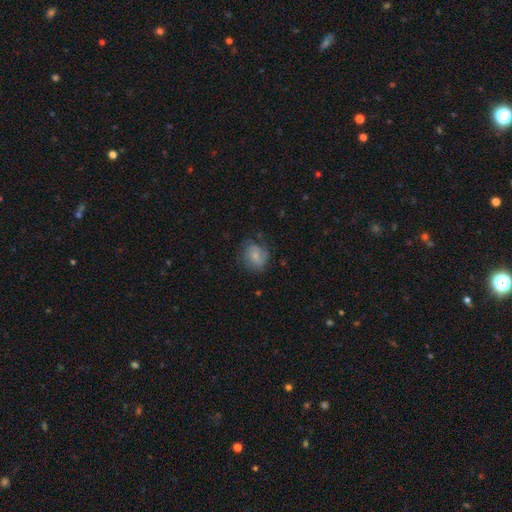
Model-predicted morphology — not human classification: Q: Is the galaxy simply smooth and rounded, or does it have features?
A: smooth — 62%.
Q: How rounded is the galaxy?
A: round — 65%.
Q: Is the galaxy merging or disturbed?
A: none — 61%.